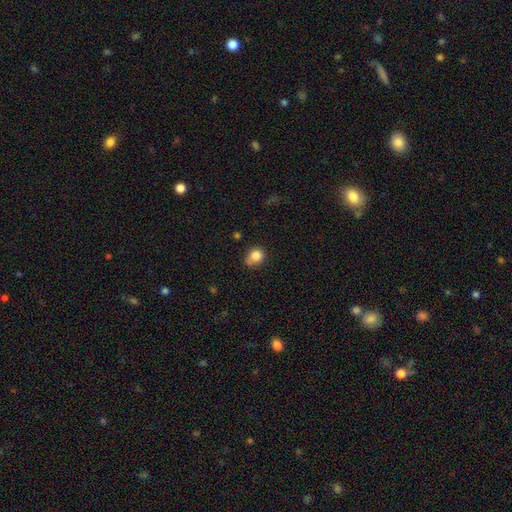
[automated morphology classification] A smooth galaxy with no disk features (83%) that is round (73%).

Vote fractions:
- Smooth or featured? smooth: 83% / star or artifact: 10% / featured or disk: 6%
- How rounded? round: 73% / in between: 26% / cigar-shaped: 1%
- Merging? none: 56% / minor disturbance: 28% / merger: 9% / major disturbance: 7%